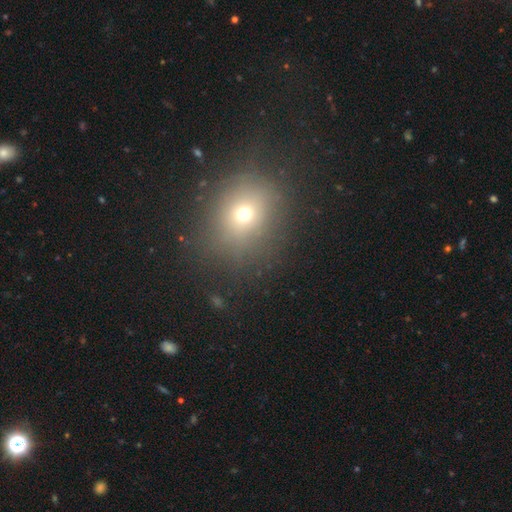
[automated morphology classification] Smooth or featured: smooth — 61% (star or artifact — 28%)
How rounded: round — 67% (in between — 32%)
Merging: none — 84% (minor disturbance — 10%)